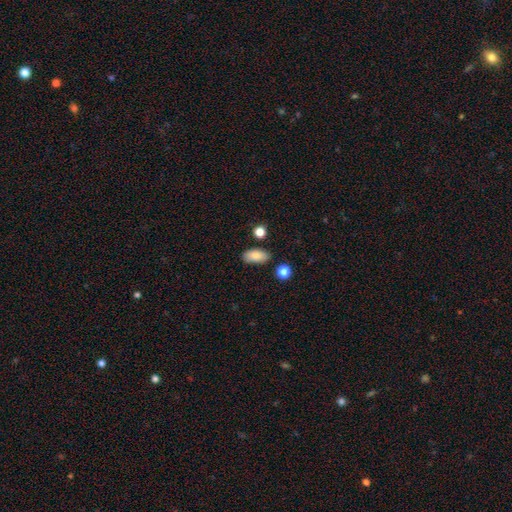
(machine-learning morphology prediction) The model was most divided on "merging": none: 82%, minor disturbance: 12%, merger: 4%, major disturbance: 3%. More confident: how rounded — in between (90%); smooth or featured — smooth (84%).